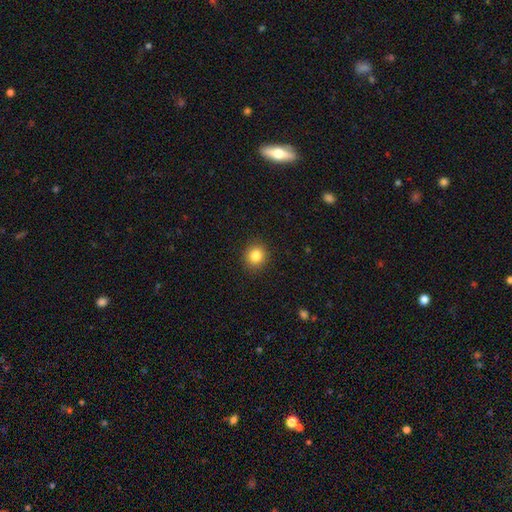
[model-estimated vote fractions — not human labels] Q: Smooth or featured?
A: smooth (84%); runner-up: star or artifact (11%)
Q: How rounded?
A: round (85%); runner-up: in between (14%)
Q: Merging?
A: none (91%); runner-up: minor disturbance (6%)